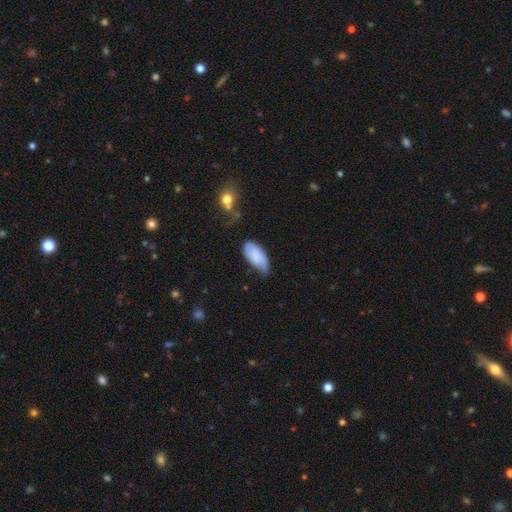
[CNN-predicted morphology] smooth_or_featured: smooth (p=0.73) [alt: featured or disk p=0.20]
how_rounded: in between (p=0.94) [alt: cigar-shaped p=0.04]
merging: minor disturbance (p=0.43) [alt: none p=0.42]